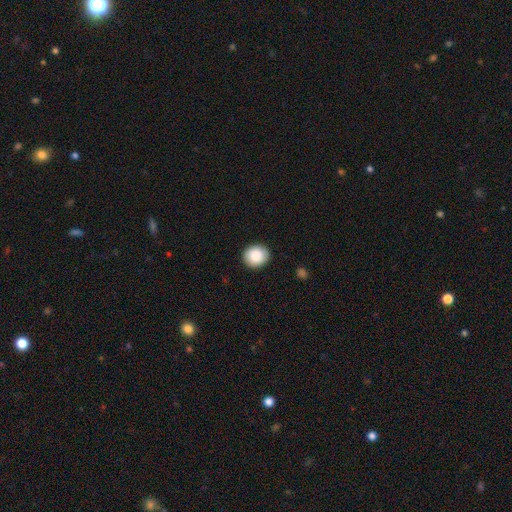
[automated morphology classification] The model was most divided on "how rounded": round: 75%, in between: 24%, cigar-shaped: 1%. More confident: merging — none (90%); smooth or featured — smooth (88%).